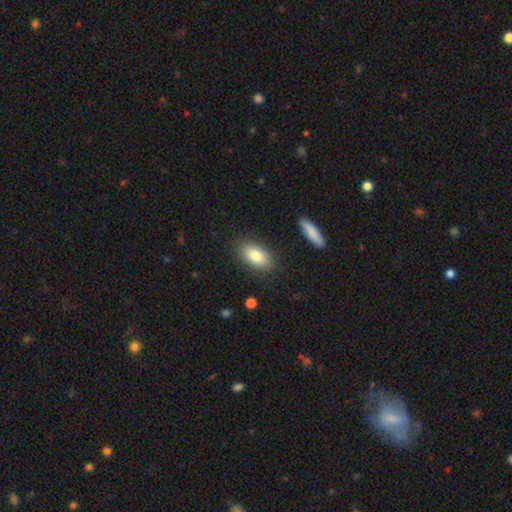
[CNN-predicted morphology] type=smooth (82%); roundness=in between (89%); merging=none (85%).